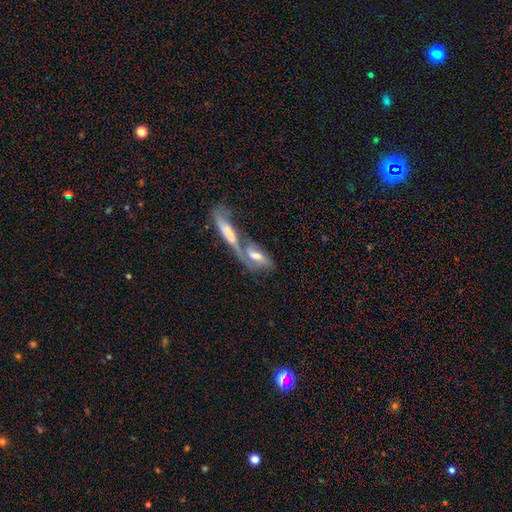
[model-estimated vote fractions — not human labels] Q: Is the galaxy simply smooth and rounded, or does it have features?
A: smooth — 51%.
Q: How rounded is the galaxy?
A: in between — 61%.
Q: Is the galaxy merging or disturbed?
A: merger — 70%.